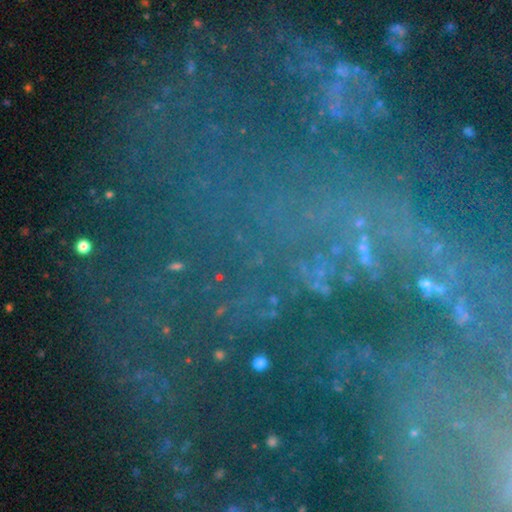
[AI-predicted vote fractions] Morphology: type=star or artifact (68%).